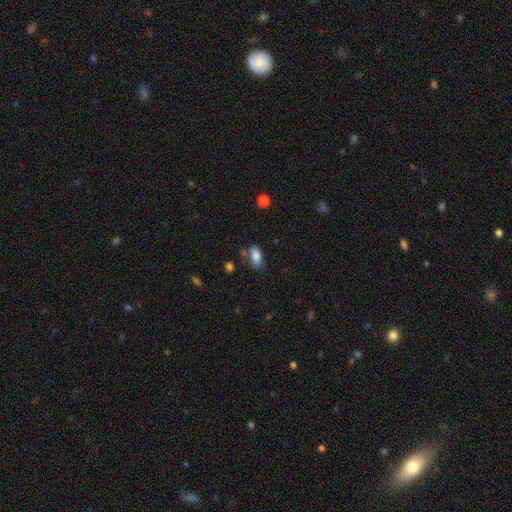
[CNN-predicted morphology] This appears to be a smooth galaxy with no disk features (83%) that is in between round and cigar-shaped (91%). Merging: none (64%).